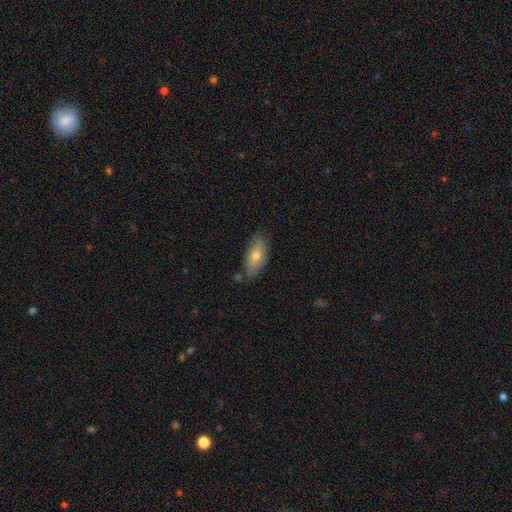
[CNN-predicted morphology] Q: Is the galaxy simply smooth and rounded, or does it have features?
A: smooth — 70%.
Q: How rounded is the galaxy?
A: in between — 87%.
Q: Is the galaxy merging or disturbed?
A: none — 75%.